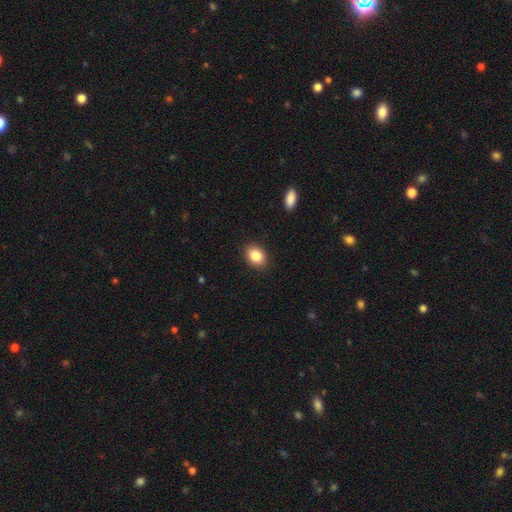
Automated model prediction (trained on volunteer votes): Smooth or featured? smooth (86%)
How rounded? in between (66%)
Merging? none (89%)